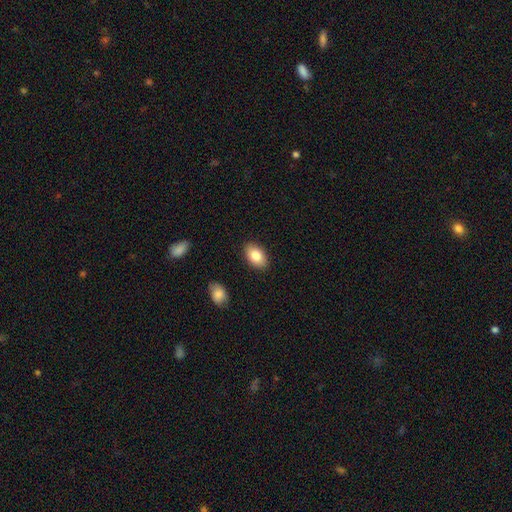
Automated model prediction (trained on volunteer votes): Overall: smooth (83%). How rounded: in between (91%). Merging: none (88%).